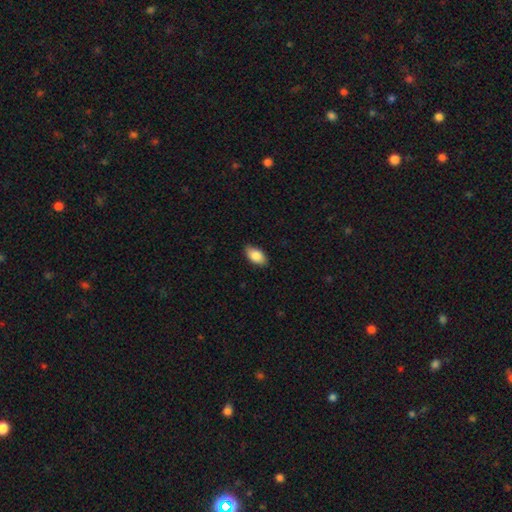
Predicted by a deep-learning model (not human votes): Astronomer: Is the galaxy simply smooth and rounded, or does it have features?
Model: smooth — 85%.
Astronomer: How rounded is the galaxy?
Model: in between — 92%.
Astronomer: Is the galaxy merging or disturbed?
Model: none — 86%.